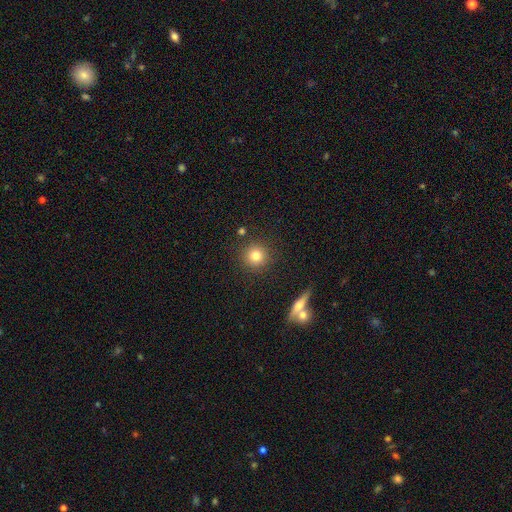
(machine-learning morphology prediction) Smooth or featured: smooth — 80% (star or artifact — 11%)
How rounded: round — 93% (in between — 5%)
Merging: none — 87% (minor disturbance — 7%)